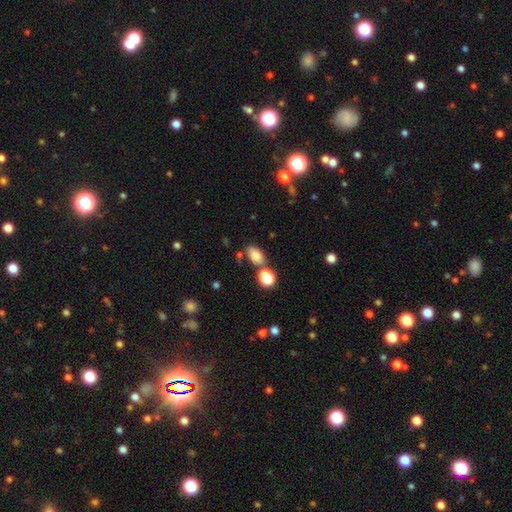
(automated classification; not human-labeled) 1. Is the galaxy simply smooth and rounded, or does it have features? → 81% smooth, 10% star or artifact, 9% featured or disk.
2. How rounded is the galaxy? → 86% in between, 12% round, 2% cigar-shaped.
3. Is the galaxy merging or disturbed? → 63% none, 20% merger, 13% minor disturbance, 4% major disturbance.